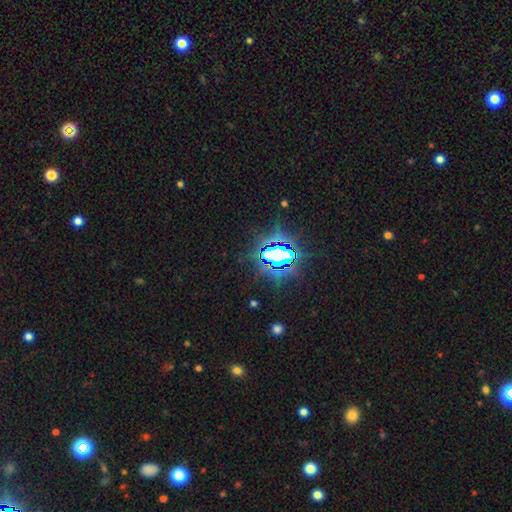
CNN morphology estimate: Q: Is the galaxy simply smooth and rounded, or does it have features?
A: star or artifact — 81%.